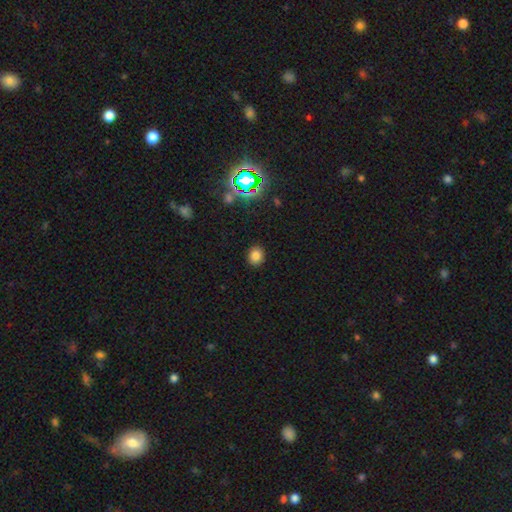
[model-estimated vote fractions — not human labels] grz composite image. It shows a smooth galaxy with no disk features (80%) that is round (72%). Merging: none (90%).